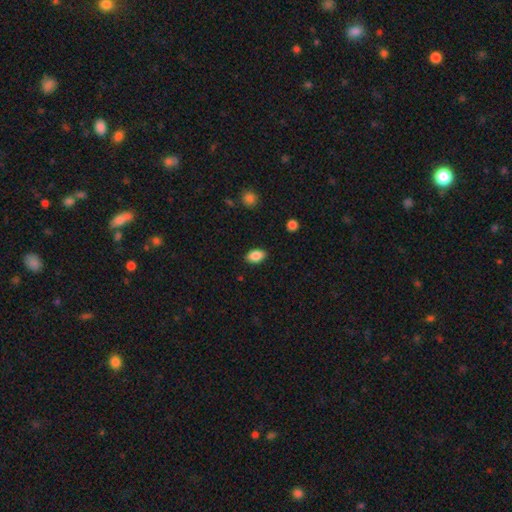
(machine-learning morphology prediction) Smooth or featured? smooth (86%)
How rounded? in between (89%)
Merging? none (87%)